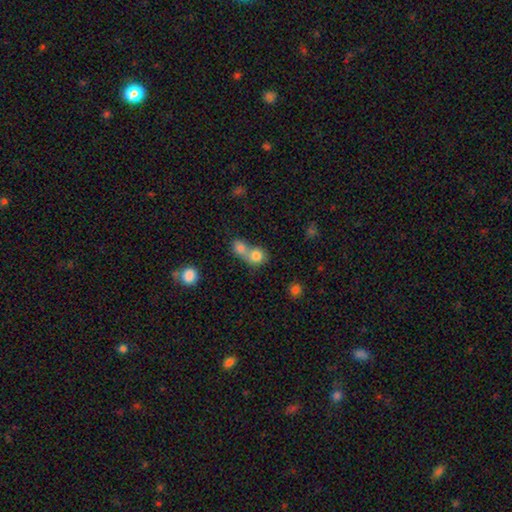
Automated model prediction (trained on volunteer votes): smooth-or-featured: smooth: 79% | featured or disk: 11% | star or artifact: 10%
  how-rounded: round: 76% | in between: 23% | cigar-shaped: 1%
  merging: merger: 67% | none: 26% | minor disturbance: 5% | major disturbance: 3%